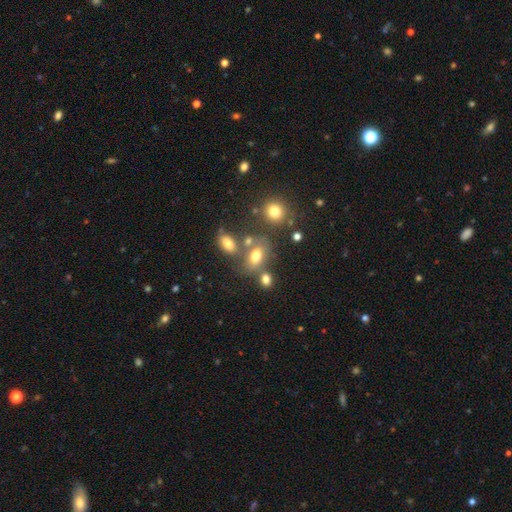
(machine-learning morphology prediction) type=smooth (69%); roundness=in between (77%); merging=none (53%).